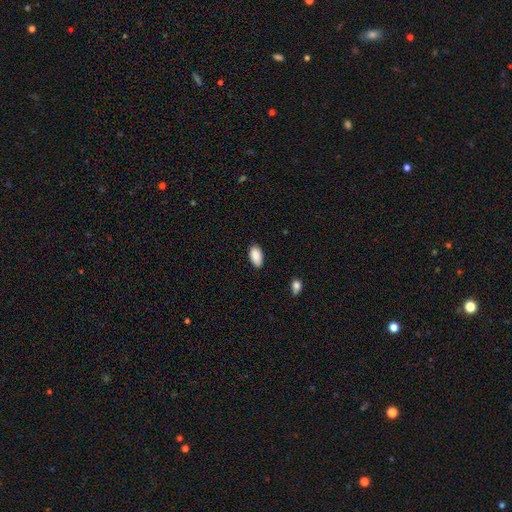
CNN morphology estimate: Overall: smooth (90%). How rounded: in between (94%). Merging: none (83%).